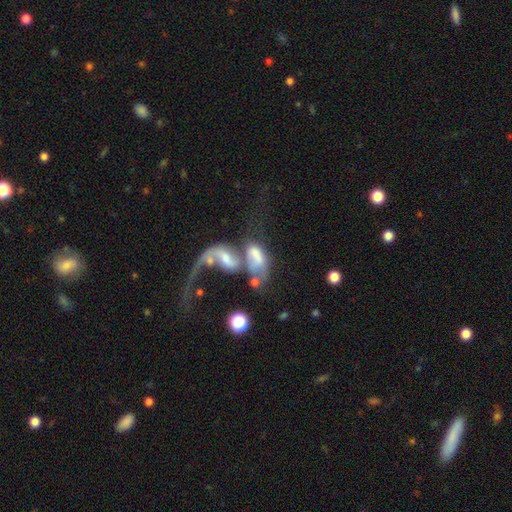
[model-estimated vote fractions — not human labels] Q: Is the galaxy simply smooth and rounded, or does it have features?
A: featured or disk — 51%.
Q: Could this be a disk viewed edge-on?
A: no — 93%.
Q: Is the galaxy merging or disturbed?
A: merger — 68%.